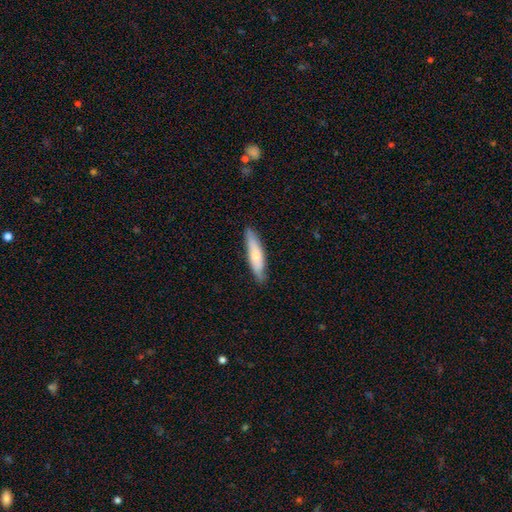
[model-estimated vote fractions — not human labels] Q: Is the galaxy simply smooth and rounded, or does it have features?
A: smooth — 61%.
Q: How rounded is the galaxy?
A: cigar-shaped — 76%.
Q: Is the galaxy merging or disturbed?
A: none — 84%.